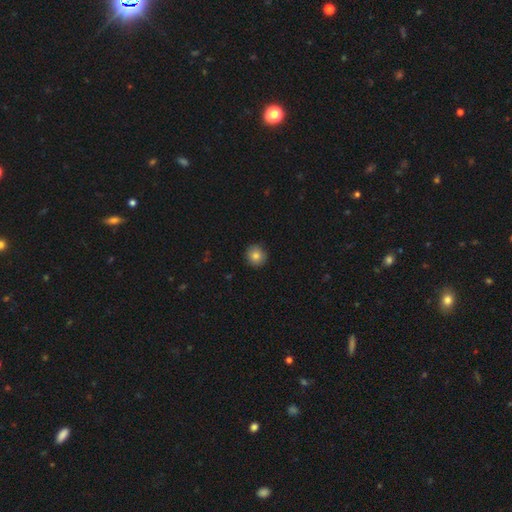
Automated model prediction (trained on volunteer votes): Smooth or featured: smooth — 82% (star or artifact — 9%)
How rounded: round — 92% (in between — 7%)
Merging: none — 89% (minor disturbance — 8%)